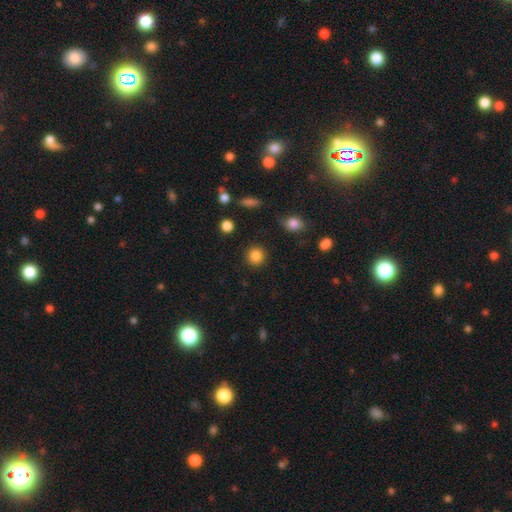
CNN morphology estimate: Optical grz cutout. It shows a smooth galaxy with no disk features (85%) that is round (92%). Merging: none (90%).